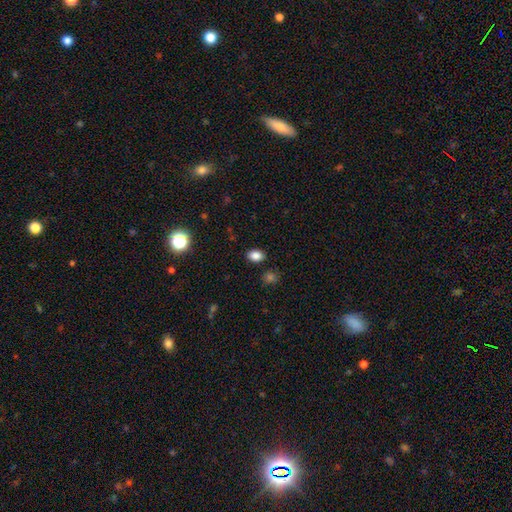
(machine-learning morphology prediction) type=smooth (84%); roundness=in between (78%); merging=none (87%).